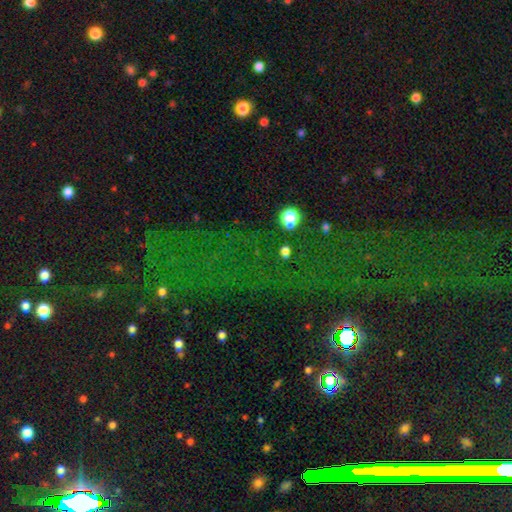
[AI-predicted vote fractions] Morphology: type=star or artifact (75%).